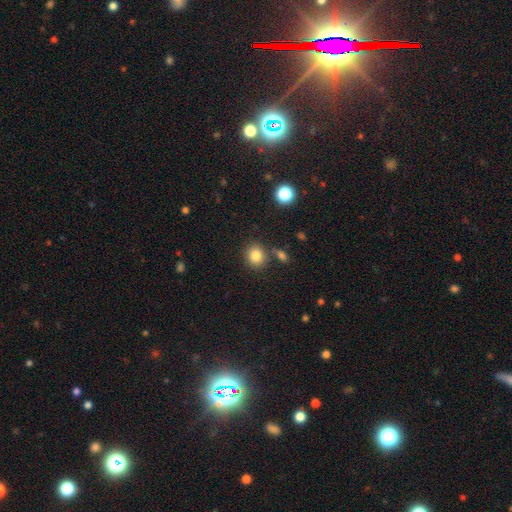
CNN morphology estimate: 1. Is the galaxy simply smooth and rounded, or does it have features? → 83% smooth, 11% star or artifact, 6% featured or disk.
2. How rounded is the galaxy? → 83% round, 16% in between, 1% cigar-shaped.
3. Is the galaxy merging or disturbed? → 80% none, 9% minor disturbance, 8% merger, 3% major disturbance.